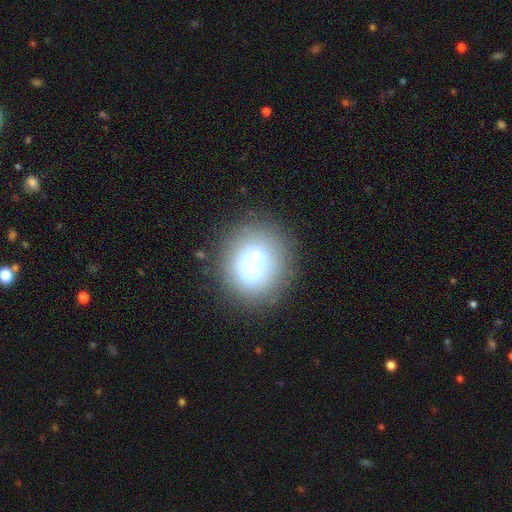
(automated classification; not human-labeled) Morphology: type=smooth (58%); roundness=round (86%); merging=none (59%).